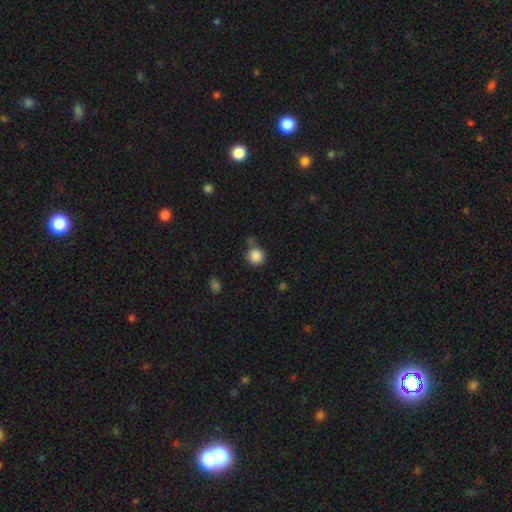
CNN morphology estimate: A smooth galaxy with no disk features (87%) that is round (89%). Merging: none (71%).